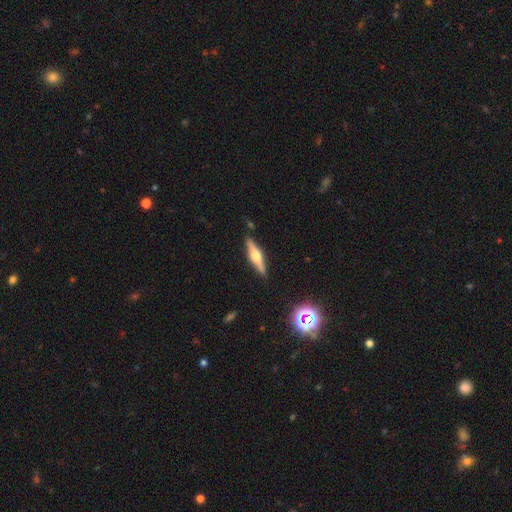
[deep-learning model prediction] Smooth or featured?
  - featured or disk: 71% *
  - smooth: 23%
  - star or artifact: 7%
Edge-on disk?
  - yes: 97% *
  - no: 3%
Edge-on bulge?
  - rounded: 93% *
  - boxy: 5%
  - none: 2%
Merging?
  - none: 88% *
  - minor disturbance: 8%
  - merger: 2%
  - major disturbance: 2%